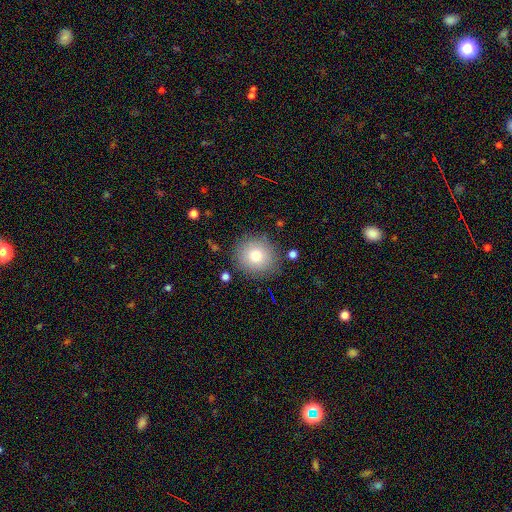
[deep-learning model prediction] This is likely a smooth galaxy (79%). How rounded: clearly round (86%). Merging: clearly none (84%).